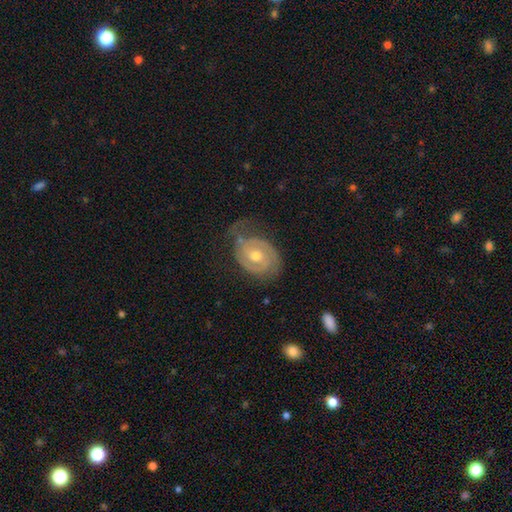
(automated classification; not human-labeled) Smooth or featured? Predicted: featured or disk (p=0.82). Edge-on disk? Predicted: no (p=0.97). Bar? Predicted: no (p=0.64). Spiral arms? Predicted: yes (p=0.91). Spiral winding? Predicted: tight (p=0.61). Spiral arm count? Predicted: 2 (p=0.69). Bulge size? Predicted: moderate (p=0.70). Merging? Predicted: none (p=0.59).